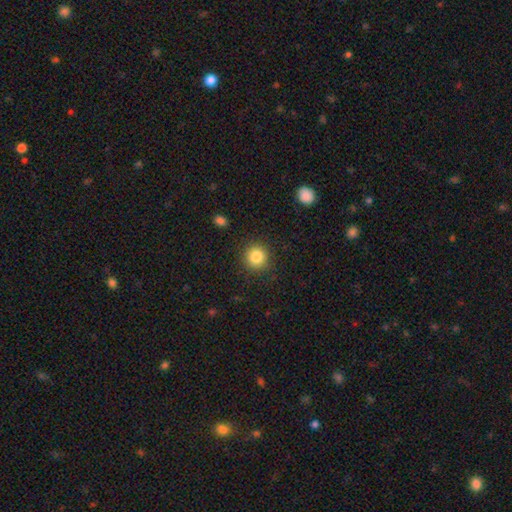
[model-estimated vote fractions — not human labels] Overall: smooth (84%). How rounded: round (93%). Merging: none (89%).